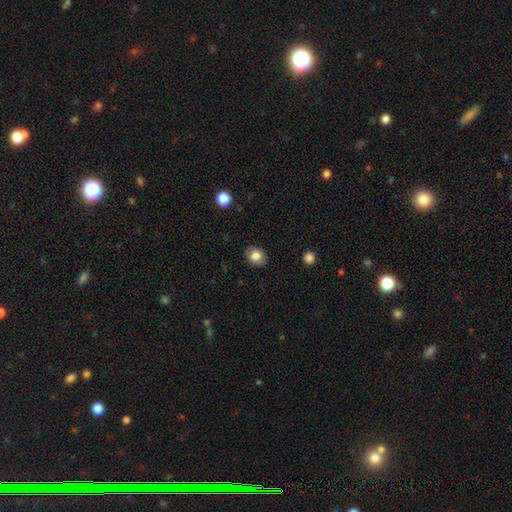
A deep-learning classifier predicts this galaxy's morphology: The model was most divided on "how rounded": in between: 52%, round: 47%, cigar-shaped: 1%. More confident: merging — none (85%); smooth or featured — smooth (82%).